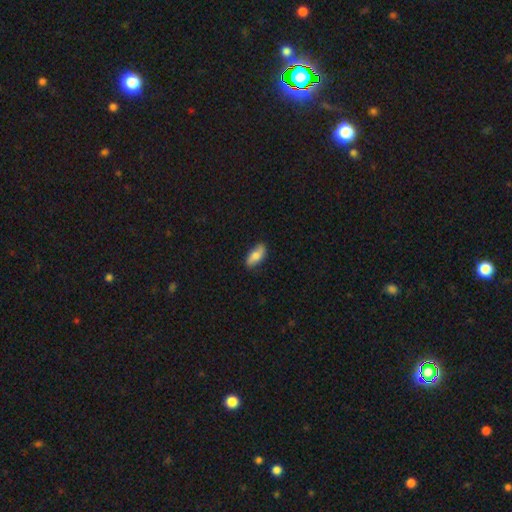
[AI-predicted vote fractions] A smooth galaxy with no disk features (70%) that is in between round and cigar-shaped (87%).

Vote fractions:
- Smooth or featured? smooth: 70% / featured or disk: 24% / star or artifact: 6%
- How rounded? in between: 87% / cigar-shaped: 10% / round: 3%
- Merging? none: 83% / minor disturbance: 14% / major disturbance: 2% / merger: 1%